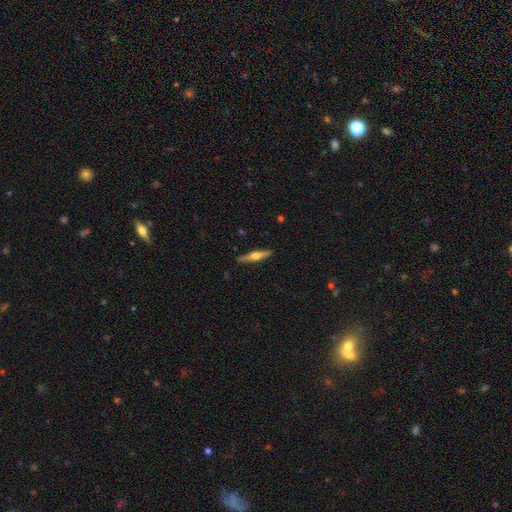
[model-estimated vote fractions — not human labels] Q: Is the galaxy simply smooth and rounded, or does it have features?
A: featured or disk — 62%.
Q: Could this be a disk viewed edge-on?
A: yes — 97%.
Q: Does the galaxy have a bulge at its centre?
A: rounded — 92%.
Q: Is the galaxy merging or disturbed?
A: none — 90%.